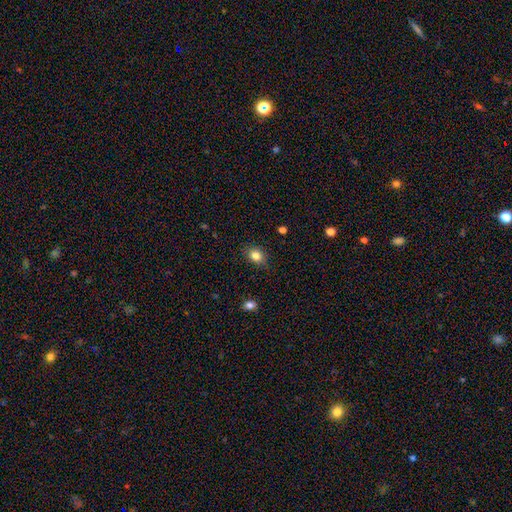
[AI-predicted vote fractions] smooth 84%, star or artifact 10%, featured or disk 6%. Down the decision tree: how rounded — in between (50%); merging — none (84%).